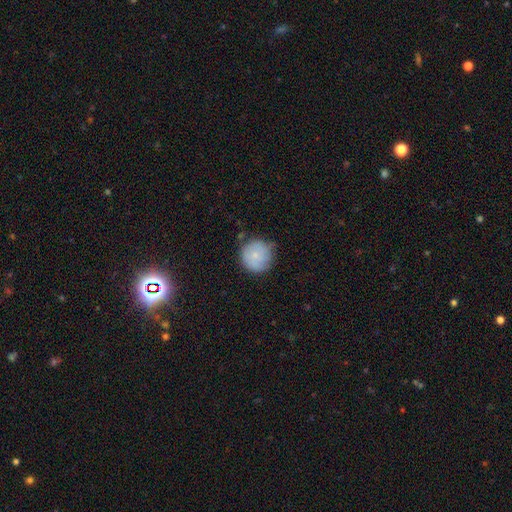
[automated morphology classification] The model was most divided on "merging": none: 68%, minor disturbance: 24%, major disturbance: 5%, merger: 3%. More confident: how rounded — round (92%); smooth or featured — smooth (74%).